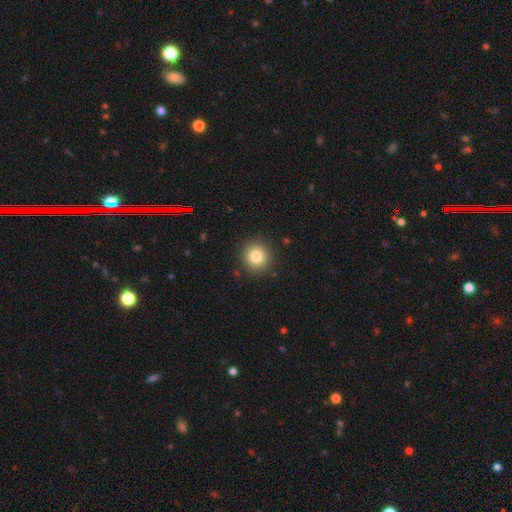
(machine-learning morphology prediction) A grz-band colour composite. It shows a smooth galaxy with no disk features (82%) that is round (92%). Merging: none (90%).